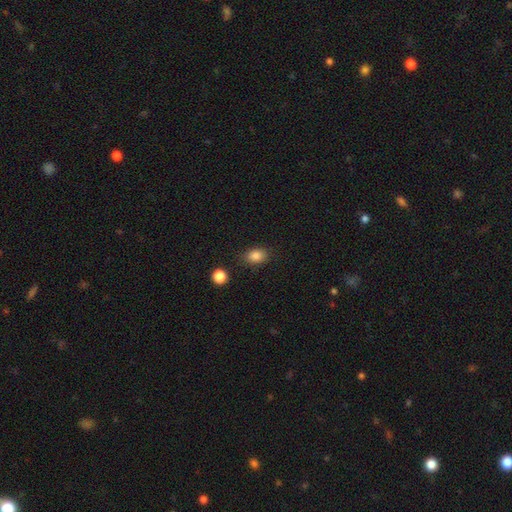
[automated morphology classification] Smooth or featured? smooth (85%)
How rounded? in between (72%)
Merging? none (82%)